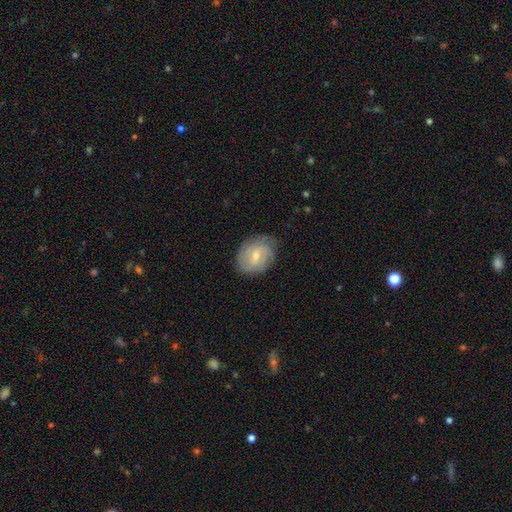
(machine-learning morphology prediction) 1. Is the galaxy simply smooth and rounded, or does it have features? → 60% featured or disk, 32% smooth, 7% star or artifact.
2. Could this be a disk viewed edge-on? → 97% no, 3% yes.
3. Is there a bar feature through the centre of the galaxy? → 50% weak, 42% no, 9% strong.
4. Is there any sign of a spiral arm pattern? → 86% yes, 14% no.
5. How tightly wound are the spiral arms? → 62% tight, 29% medium, 10% loose.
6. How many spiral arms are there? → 46% can't tell, 20% 2, 15% 3, 10% 4, 5% more than 4, 5% 1.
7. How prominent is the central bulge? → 58% small, 38% moderate, 2% none, 1% large, 1% dominant.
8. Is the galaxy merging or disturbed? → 77% none, 17% minor disturbance, 5% major disturbance, 1% merger.